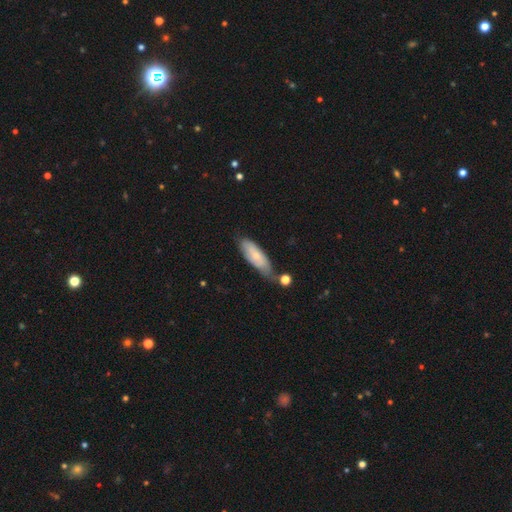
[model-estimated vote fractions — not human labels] smooth-or-featured: smooth: 59% | featured or disk: 35% | star or artifact: 6%
  how-rounded: in between: 61% | cigar-shaped: 37% | round: 2%
  merging: none: 49% | minor disturbance: 30% | merger: 12% | major disturbance: 9%